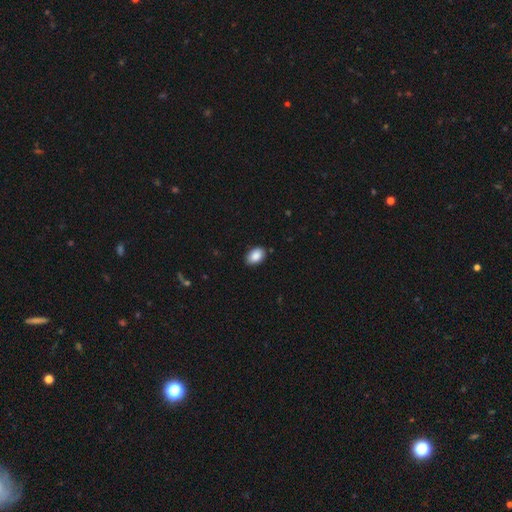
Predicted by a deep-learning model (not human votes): Smooth or featured? Predicted: smooth (p=0.89). How rounded? Predicted: in between (p=0.89). Merging? Predicted: none (p=0.85).